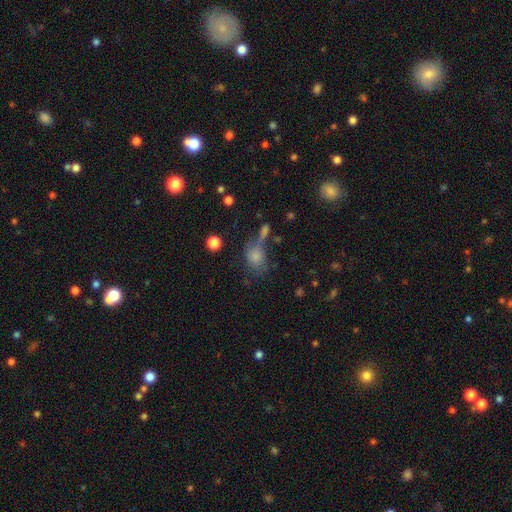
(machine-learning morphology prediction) smooth-or-featured: smooth: 70% | star or artifact: 15% | featured or disk: 15%
  how-rounded: in between: 57% | round: 41% | cigar-shaped: 3%
  merging: none: 47% | minor disturbance: 20% | merger: 18% | major disturbance: 15%